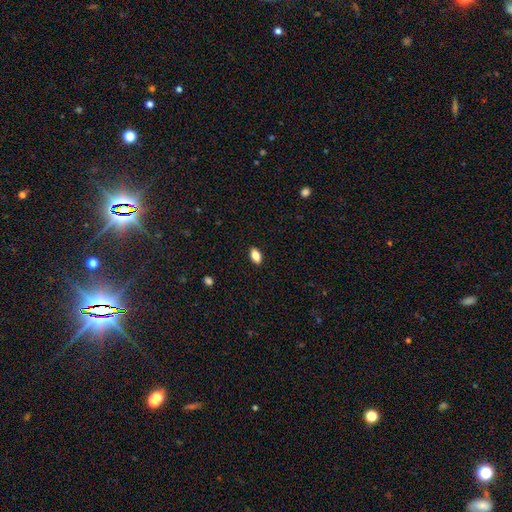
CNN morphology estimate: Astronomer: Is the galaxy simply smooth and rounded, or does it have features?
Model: smooth — 84%.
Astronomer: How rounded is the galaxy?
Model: in between — 91%.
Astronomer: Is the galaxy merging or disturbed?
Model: none — 89%.